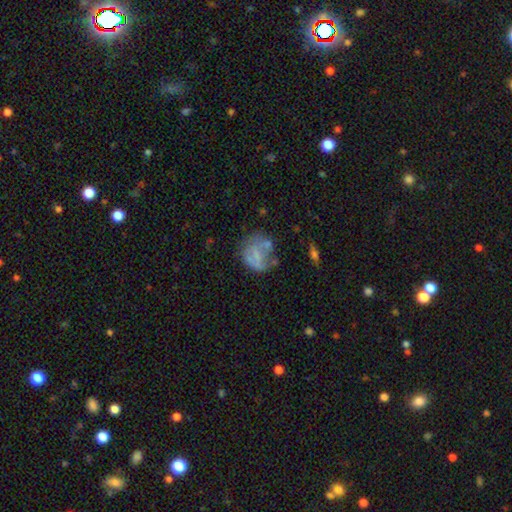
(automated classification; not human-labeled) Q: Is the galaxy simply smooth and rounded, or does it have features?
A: smooth — 48%.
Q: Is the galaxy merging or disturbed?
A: none — 42%.